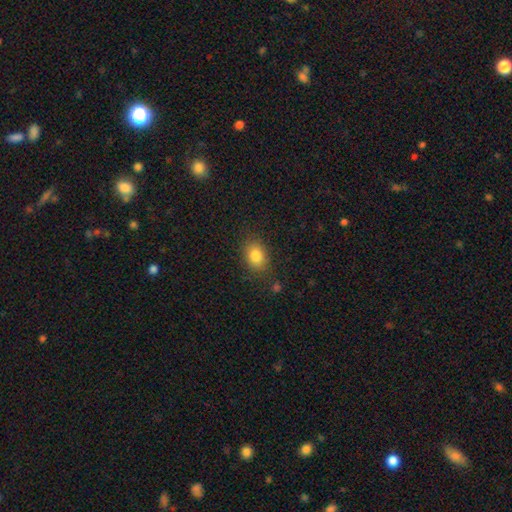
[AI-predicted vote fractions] Smooth or featured? smooth (83%)
How rounded? in between (68%)
Merging? none (82%)